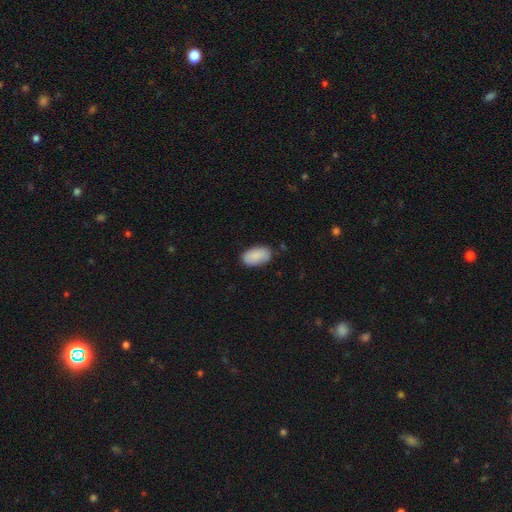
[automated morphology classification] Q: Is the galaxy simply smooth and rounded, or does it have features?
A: smooth — 88%.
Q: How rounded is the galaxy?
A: in between — 94%.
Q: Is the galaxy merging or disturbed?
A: none — 80%.